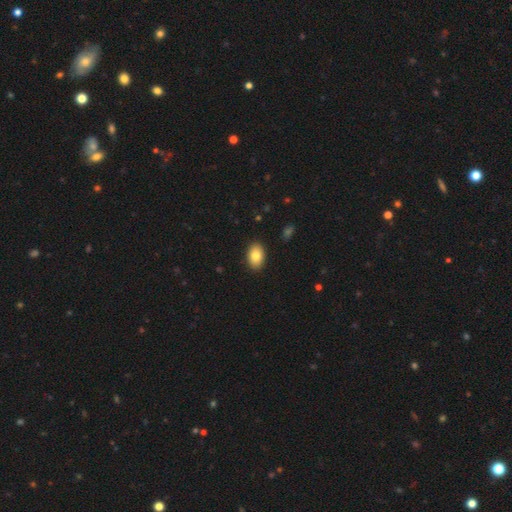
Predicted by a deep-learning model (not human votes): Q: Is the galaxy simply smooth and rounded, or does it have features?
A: smooth — 83%.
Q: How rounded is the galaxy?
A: in between — 91%.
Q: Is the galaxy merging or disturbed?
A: none — 90%.